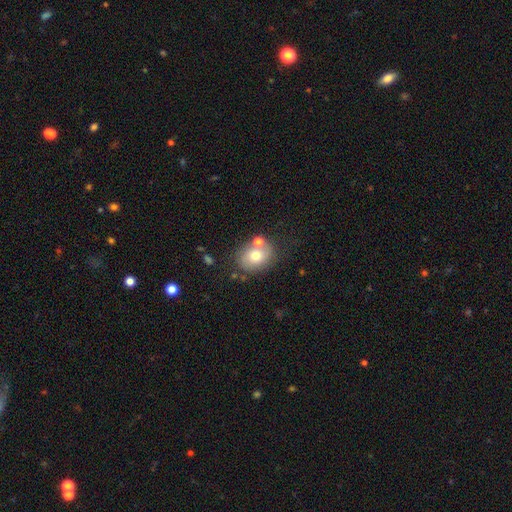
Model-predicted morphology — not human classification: smooth-or-featured: smooth: 69% | featured or disk: 21% | star or artifact: 10%
  how-rounded: in between: 50% | round: 49% | cigar-shaped: 1%
  merging: none: 65% | merger: 16% | minor disturbance: 15% | major disturbance: 5%